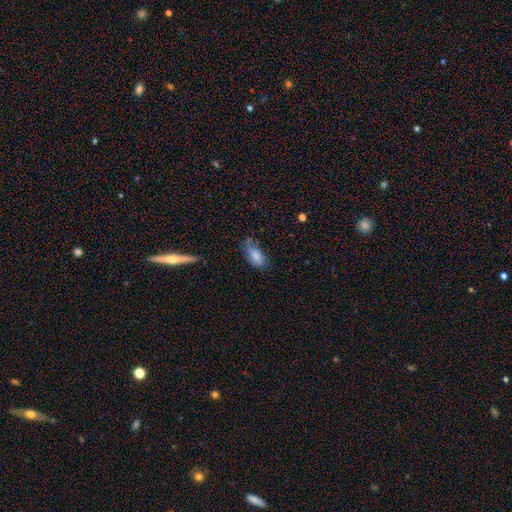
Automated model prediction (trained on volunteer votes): smooth-or-featured: smooth: 83% | featured or disk: 9% | star or artifact: 7%
  how-rounded: in between: 90% | cigar-shaped: 7% | round: 3%
  merging: none: 59% | minor disturbance: 29% | major disturbance: 8% | merger: 4%